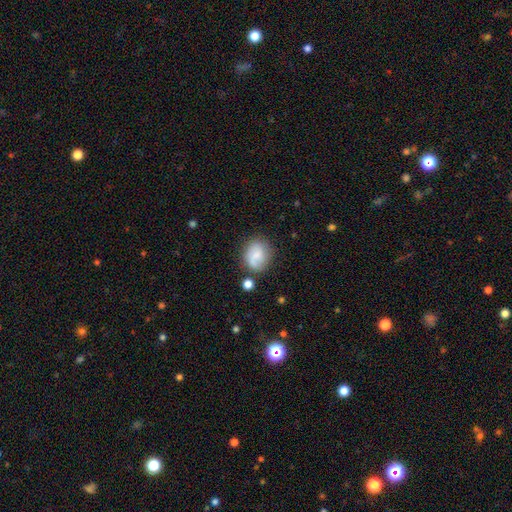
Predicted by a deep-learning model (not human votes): This is likely a smooth galaxy (66%). How rounded: possibly round (57%). Merging: likely none (64%).